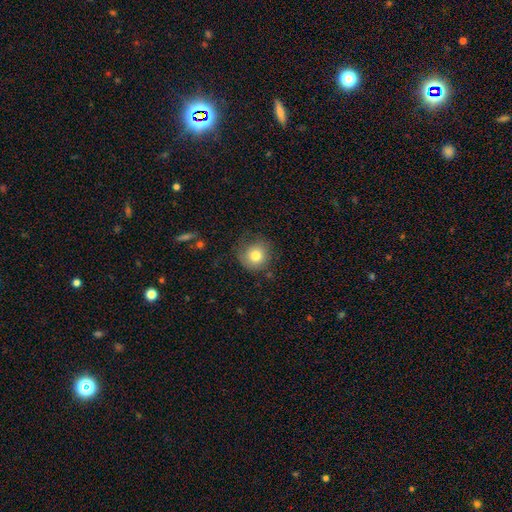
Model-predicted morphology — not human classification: The model was most divided on "merging": none: 68%, minor disturbance: 21%, major disturbance: 9%, merger: 2%. More confident: how rounded — round (90%); smooth or featured — smooth (79%).